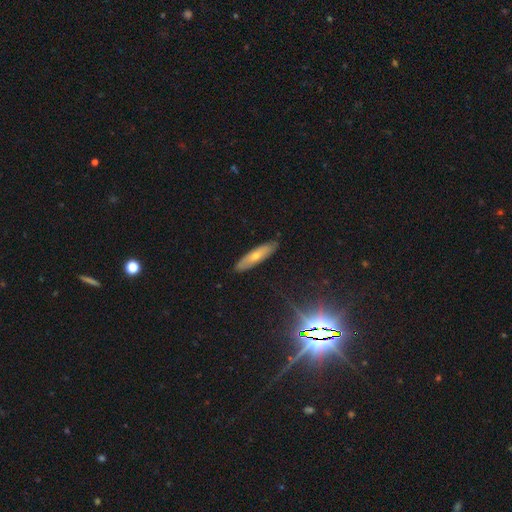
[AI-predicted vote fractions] Overall: smooth (46%; featured or disk 40%). Merging: none (86%).